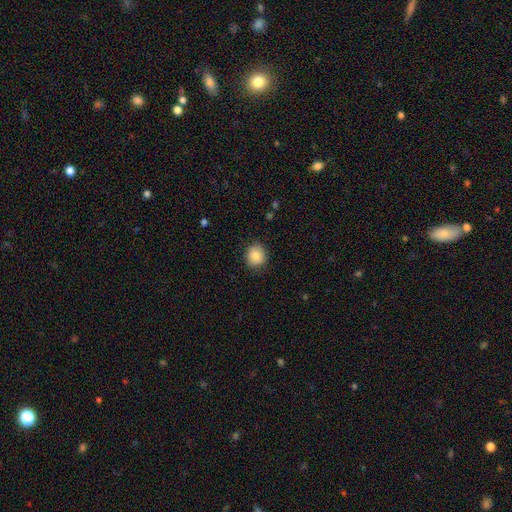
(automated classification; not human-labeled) This appears to be a smooth galaxy with no disk features (84%) that is round (77%). Merging: none (86%).